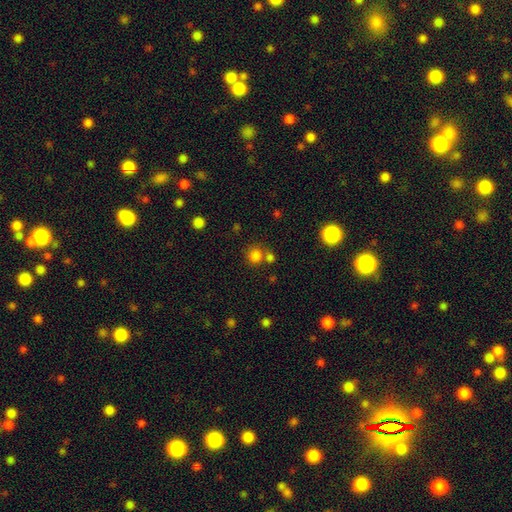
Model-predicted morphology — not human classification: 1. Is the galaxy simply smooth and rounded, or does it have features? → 79% smooth, 15% star or artifact, 6% featured or disk.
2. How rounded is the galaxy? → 87% round, 13% in between, 1% cigar-shaped.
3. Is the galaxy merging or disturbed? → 61% none, 25% merger, 9% minor disturbance, 4% major disturbance.